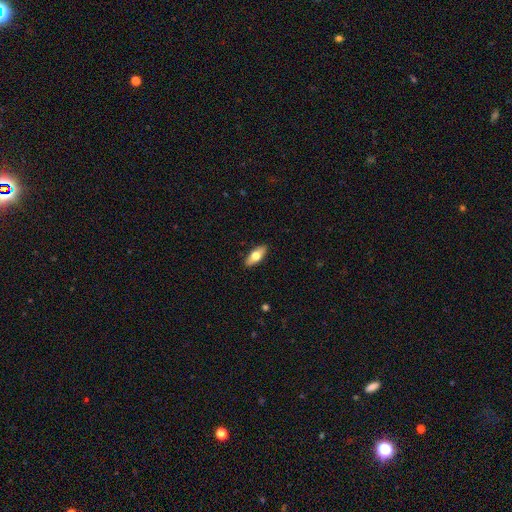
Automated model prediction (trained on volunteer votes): A smooth galaxy with no disk features (67%) that is in between round and cigar-shaped (79%). Merging: none (90%).